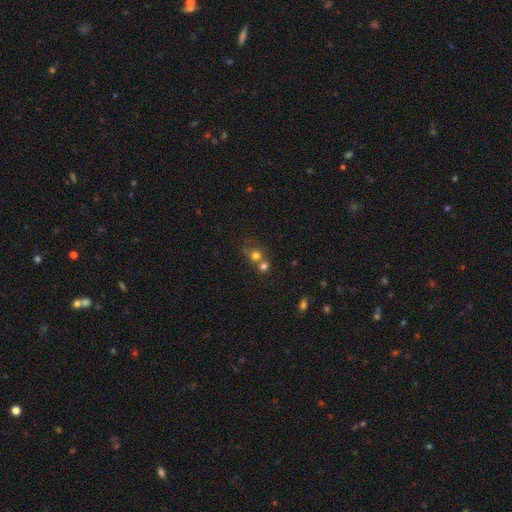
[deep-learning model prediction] Smooth or featured? smooth (72%)
How rounded? round (81%)
Merging? merger (49%)